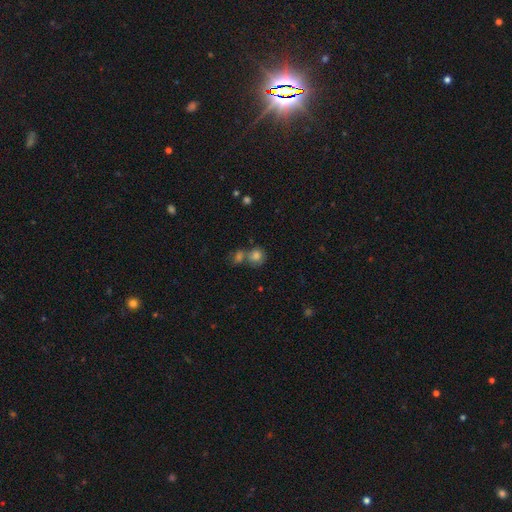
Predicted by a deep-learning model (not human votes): Q: Smooth or featured?
A: smooth (78%); runner-up: star or artifact (11%)
Q: How rounded?
A: round (80%); runner-up: in between (19%)
Q: Merging?
A: none (43%); runner-up: merger (41%)